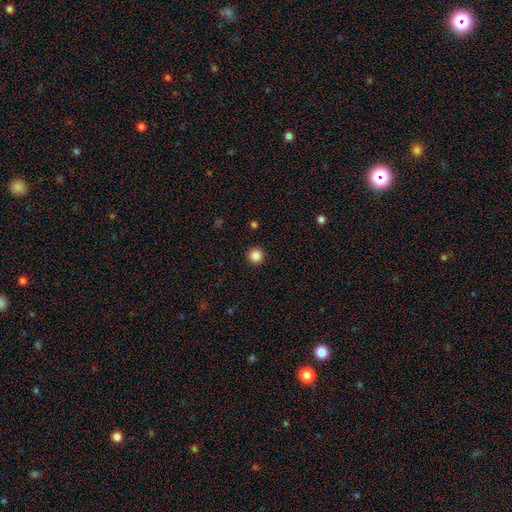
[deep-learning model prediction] Smooth or featured? smooth (86%)
How rounded? round (96%)
Merging? none (93%)